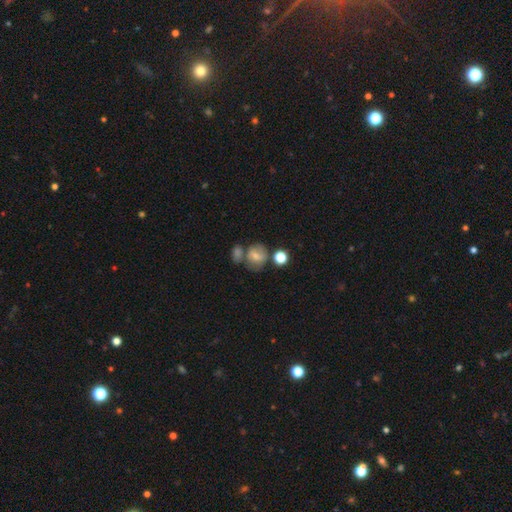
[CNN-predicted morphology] Smooth or featured? smooth (62%)
How rounded? round (67%)
Merging? none (41%)